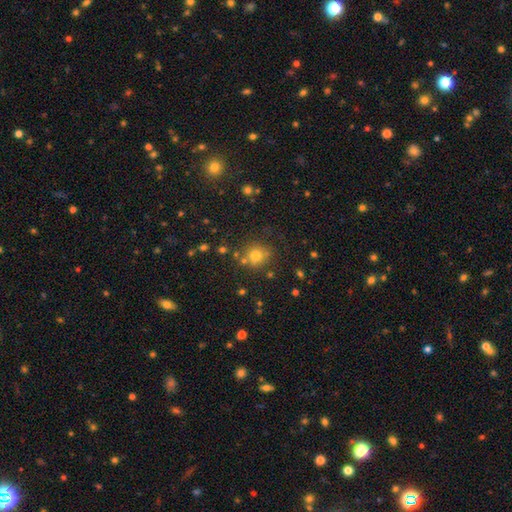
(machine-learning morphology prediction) type=smooth (71%); roundness=round (87%); merging=none (74%).